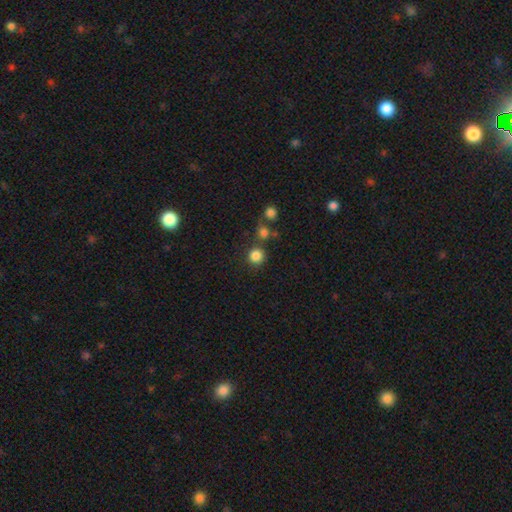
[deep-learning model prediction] This is clearly a smooth galaxy (83%). How rounded: clearly round (92%). Merging: likely none (76%).